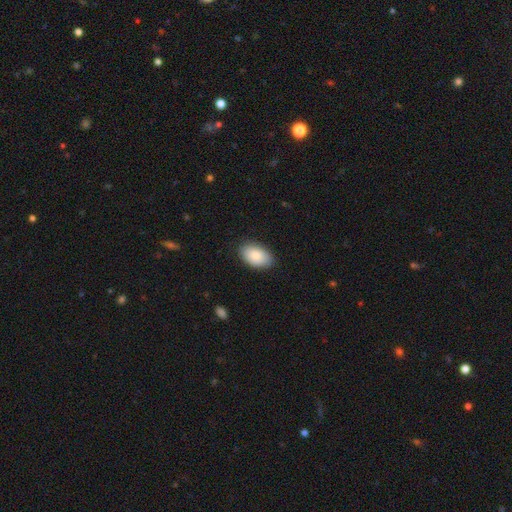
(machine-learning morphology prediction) Smooth or featured?
  - smooth: 85% *
  - featured or disk: 9%
  - star or artifact: 6%
How rounded?
  - in between: 93% *
  - round: 6%
  - cigar-shaped: 1%
Merging?
  - none: 85% *
  - minor disturbance: 12%
  - major disturbance: 2%
  - merger: 1%